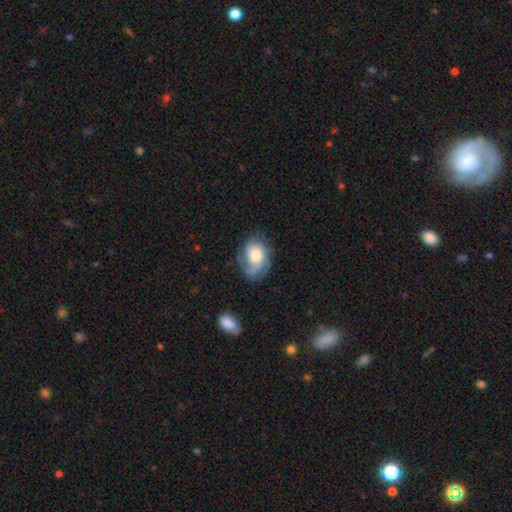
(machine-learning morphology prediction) Smooth or featured? Predicted: featured or disk (p=0.49). Merging? Predicted: none (p=0.56).